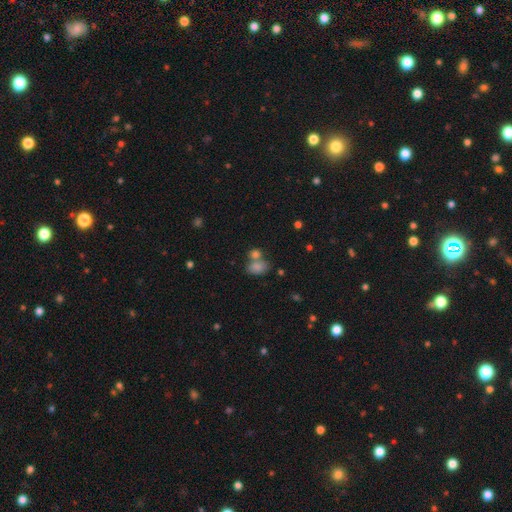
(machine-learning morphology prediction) Overall: smooth (71%). How rounded: in between (69%). Merging: none (50%; merger 33%).